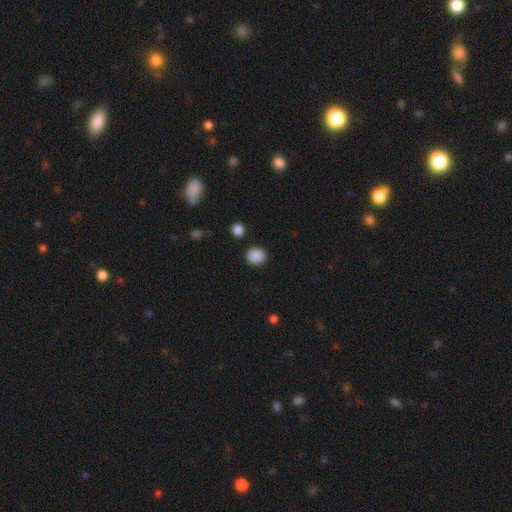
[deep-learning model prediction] This appears to be a smooth galaxy with no disk features (88%) that is round (76%). Merging: none (88%).